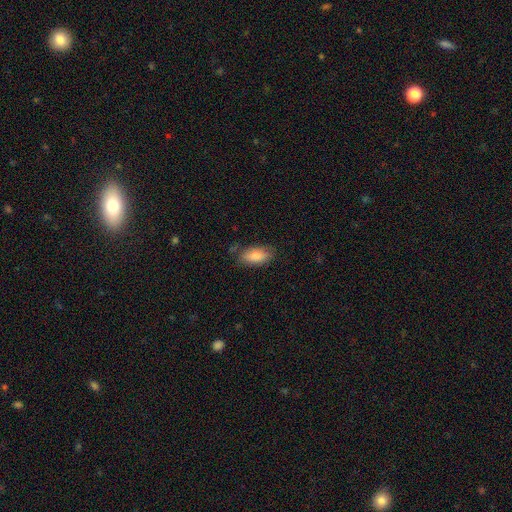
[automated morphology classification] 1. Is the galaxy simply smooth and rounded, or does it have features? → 82% smooth, 11% featured or disk, 7% star or artifact.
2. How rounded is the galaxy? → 89% in between, 7% cigar-shaped, 3% round.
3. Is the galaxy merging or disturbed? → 77% none, 17% minor disturbance, 4% major disturbance, 2% merger.